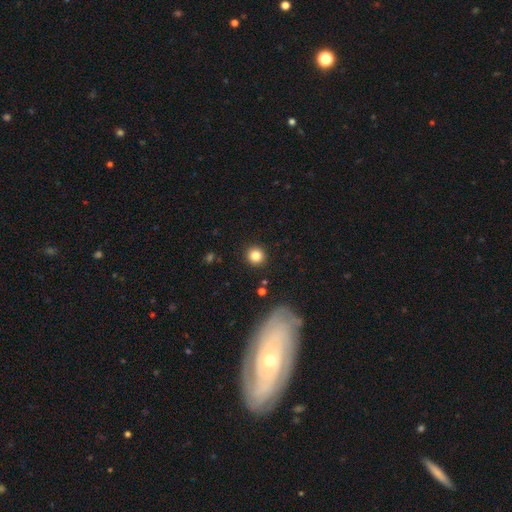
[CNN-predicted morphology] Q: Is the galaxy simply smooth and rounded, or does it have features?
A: smooth — 83%.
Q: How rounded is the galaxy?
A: round — 91%.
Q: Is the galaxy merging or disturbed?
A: none — 91%.